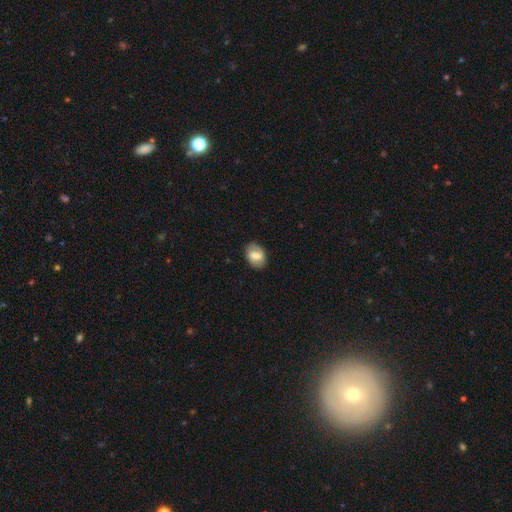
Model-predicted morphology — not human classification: Smooth or featured? smooth (62%)
How rounded? in between (81%)
Merging? none (84%)